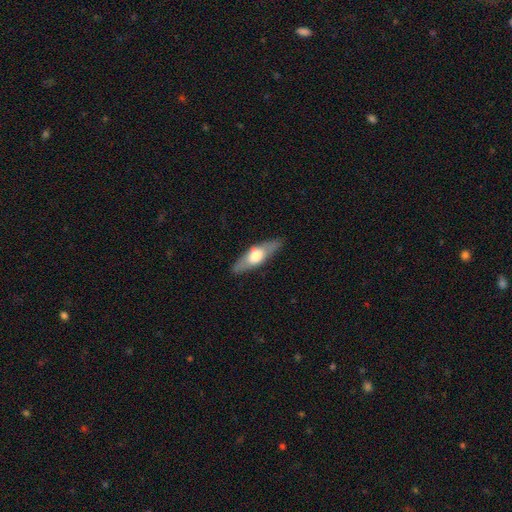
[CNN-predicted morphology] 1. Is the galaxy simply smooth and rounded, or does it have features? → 50% featured or disk, 45% smooth, 6% star or artifact.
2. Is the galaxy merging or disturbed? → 85% none, 12% minor disturbance, 3% major disturbance, 1% merger.